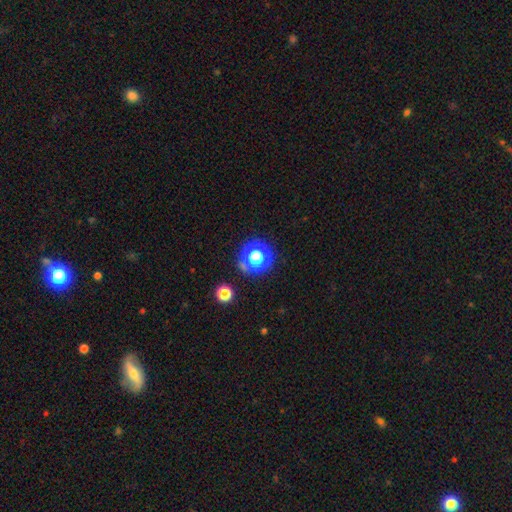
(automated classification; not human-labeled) Smooth or featured? smooth (59%)
How rounded? round (91%)
Merging? none (75%)